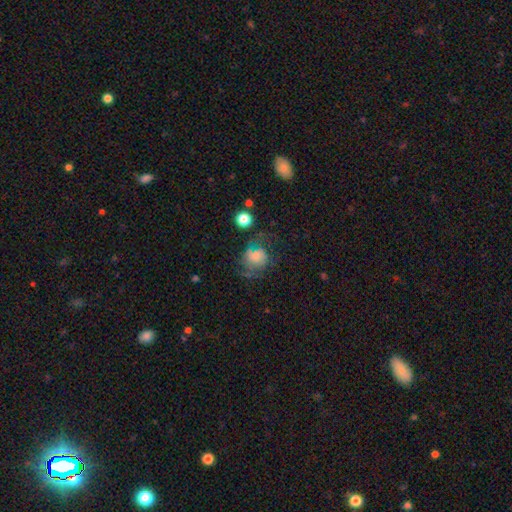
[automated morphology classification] Smooth or featured?
  - smooth: 48% *
  - featured or disk: 41%
  - star or artifact: 12%
Merging?
  - none: 39% *
  - major disturbance: 34%
  - minor disturbance: 23%
  - merger: 5%